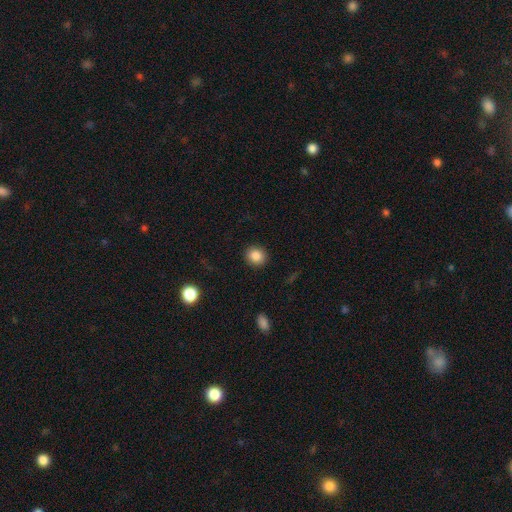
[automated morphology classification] type=smooth (86%); roundness=round (85%); merging=none (91%).